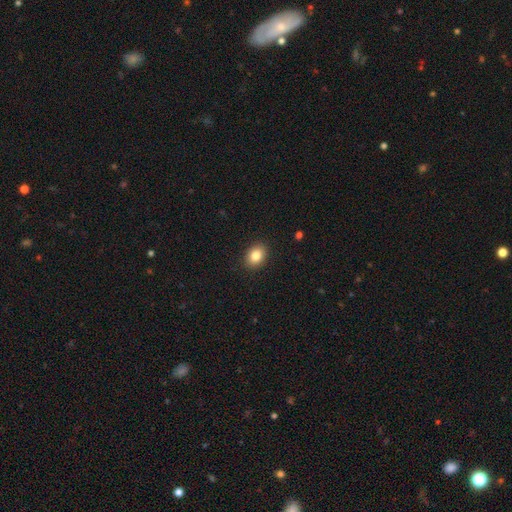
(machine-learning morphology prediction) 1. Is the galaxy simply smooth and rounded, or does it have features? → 83% smooth, 9% star or artifact, 7% featured or disk.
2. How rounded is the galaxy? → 65% in between, 34% round, 1% cigar-shaped.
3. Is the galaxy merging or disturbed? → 90% none, 7% minor disturbance, 2% major disturbance, 1% merger.